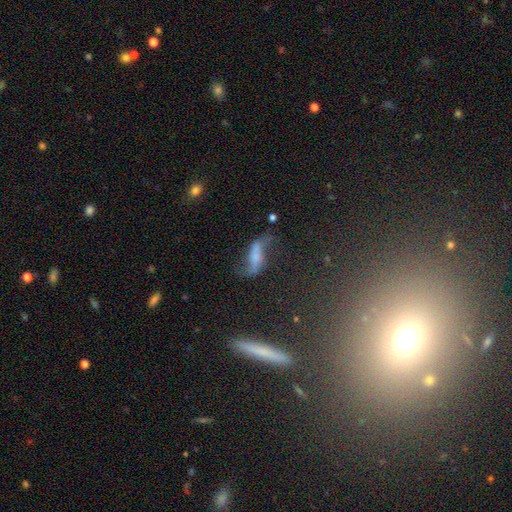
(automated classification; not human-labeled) Smooth or featured: featured or disk — 75% (smooth — 15%)
Edge-on disk: no — 91% (yes — 9%)
Bar: no — 35% (weak — 34%)
Spiral arms: yes — 91% (no — 9%)
Spiral winding: loose — 91% (medium — 7%)
Spiral arm count: 2 — 92% (1 — 3%)
Bulge size: none — 48% (small — 24%)
Merging: none — 59% (minor disturbance — 19%)